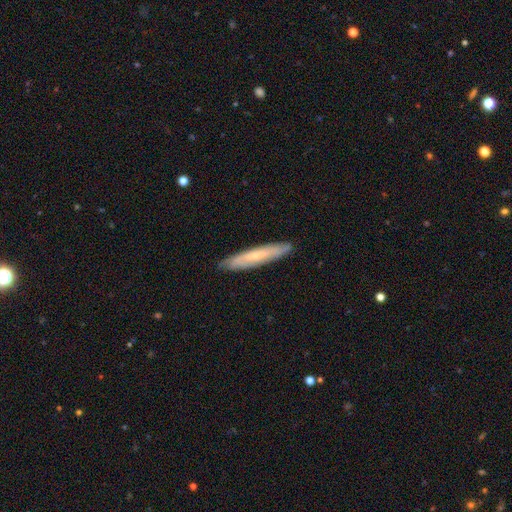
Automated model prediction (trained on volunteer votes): A featured or disk galaxy (49%).

Vote fractions:
- Smooth or featured? featured or disk: 49% / smooth: 45% / star or artifact: 6%
- Merging? none: 86% / minor disturbance: 11% / major disturbance: 2% / merger: 1%